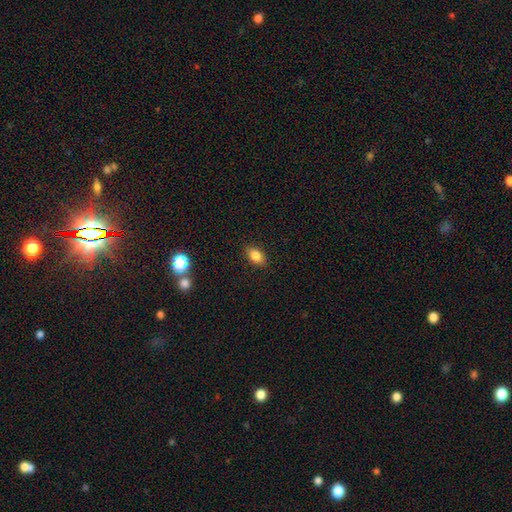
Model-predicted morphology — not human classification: smooth 80%, star or artifact 10%, featured or disk 10%. Down the decision tree: how rounded — in between (85%); merging — none (88%).